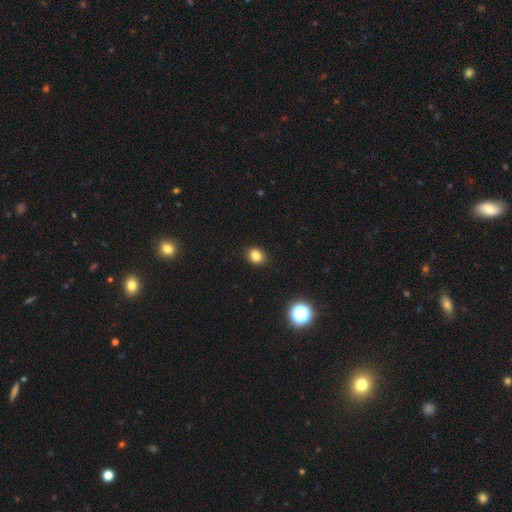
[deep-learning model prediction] smooth-or-featured: smooth: 83% | star or artifact: 13% | featured or disk: 5%
  how-rounded: round: 68% | in between: 32% | cigar-shaped: 1%
  merging: none: 90% | minor disturbance: 7% | major disturbance: 2% | merger: 1%